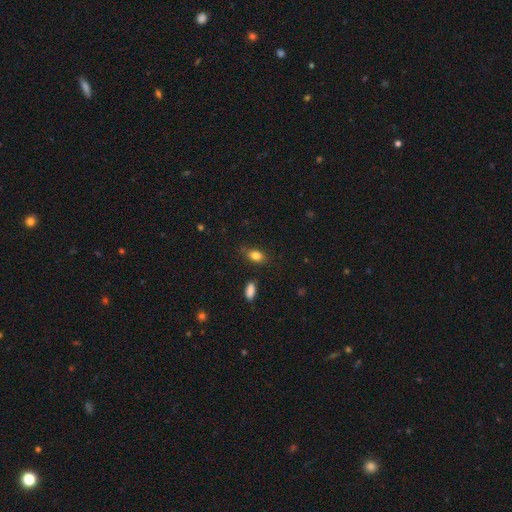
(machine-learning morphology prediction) Smooth or featured? Predicted: smooth (p=0.83). How rounded? Predicted: in between (p=0.84). Merging? Predicted: none (p=0.77).